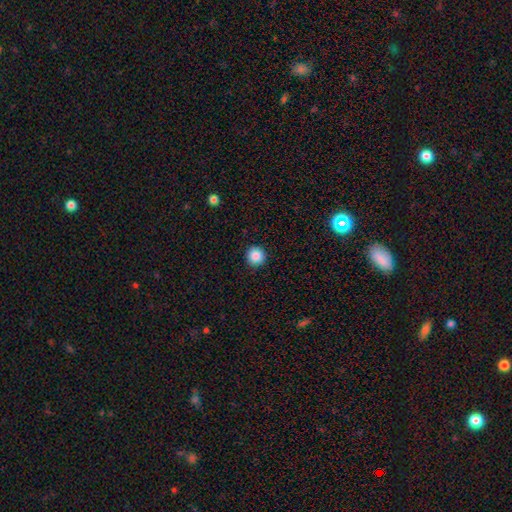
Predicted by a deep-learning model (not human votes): A smooth galaxy with no disk features (87%) that is round (94%). Merging: none (91%).